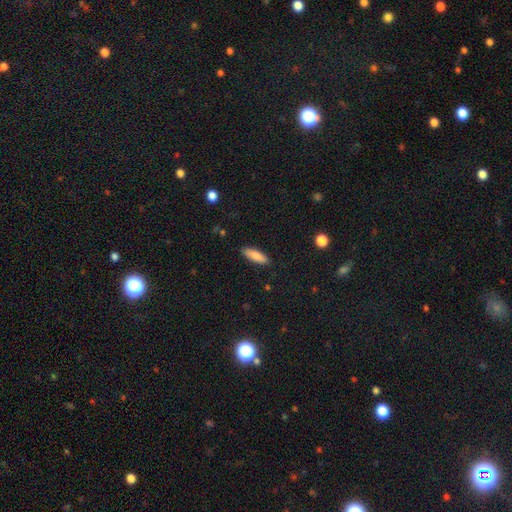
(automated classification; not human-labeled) smooth 84%, featured or disk 10%, star or artifact 6%. Down the decision tree: how rounded — cigar-shaped (52%); merging — none (88%).